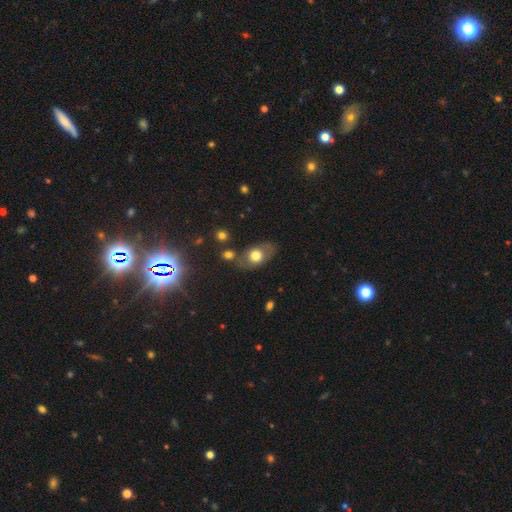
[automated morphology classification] This is likely a smooth galaxy (66%). How rounded: likely in between (73%). Merging: likely none (68%).